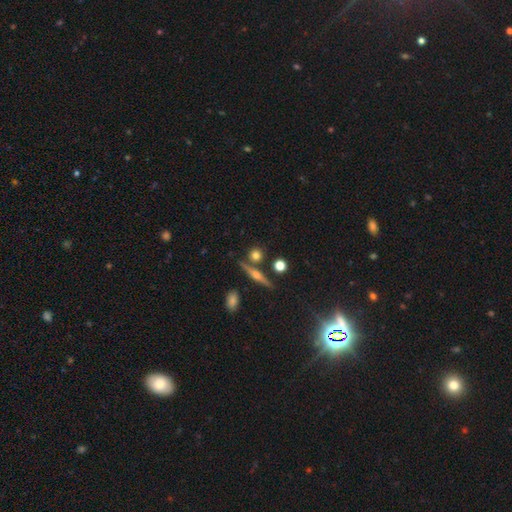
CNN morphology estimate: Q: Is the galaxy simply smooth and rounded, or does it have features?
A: smooth — 63%.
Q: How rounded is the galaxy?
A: round — 83%.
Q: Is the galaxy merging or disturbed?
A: none — 76%.